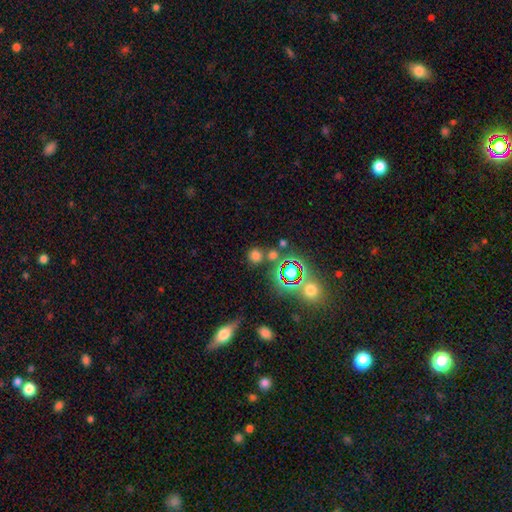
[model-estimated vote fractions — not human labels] Smooth or featured? smooth (66%)
How rounded? round (88%)
Merging? none (76%)